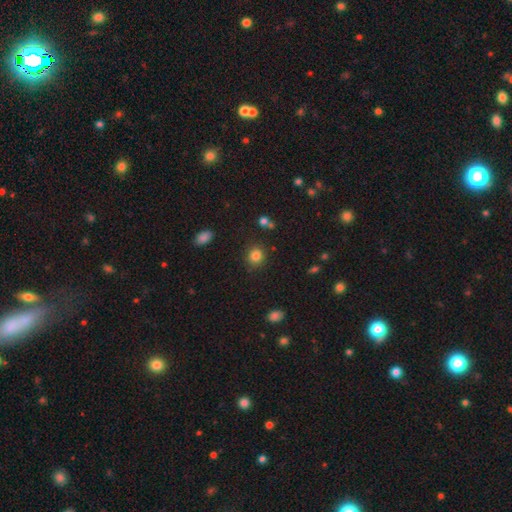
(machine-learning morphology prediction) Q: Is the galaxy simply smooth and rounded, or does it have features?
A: smooth — 83%.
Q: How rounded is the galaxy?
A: round — 81%.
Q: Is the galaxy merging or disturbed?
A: none — 85%.